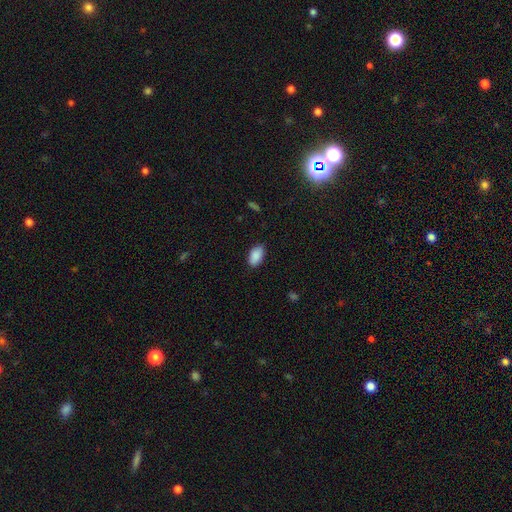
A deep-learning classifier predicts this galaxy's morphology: Q: Smooth or featured?
A: smooth (90%); runner-up: star or artifact (7%)
Q: How rounded?
A: in between (94%); runner-up: round (5%)
Q: Merging?
A: none (86%); runner-up: minor disturbance (11%)